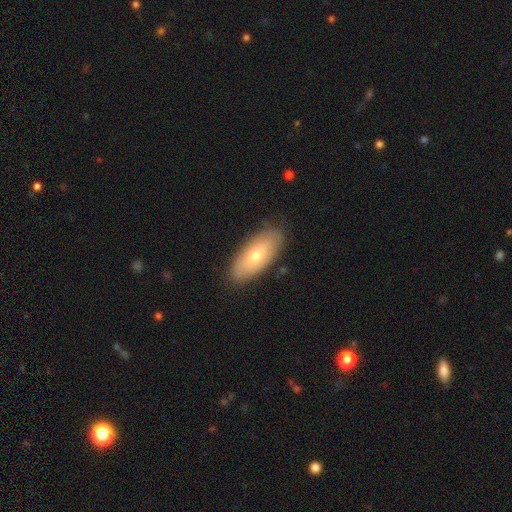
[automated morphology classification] smooth-or-featured: smooth: 66% | featured or disk: 27% | star or artifact: 6%
  how-rounded: in between: 85% | cigar-shaped: 13% | round: 2%
  merging: none: 85% | minor disturbance: 12% | major disturbance: 2% | merger: 1%